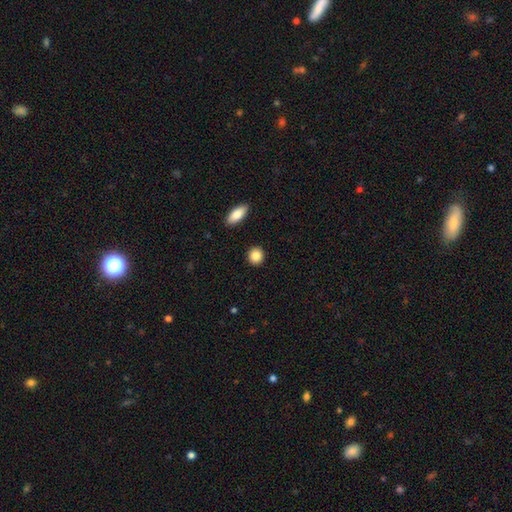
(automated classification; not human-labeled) Morphology: type=smooth (88%); roundness=round (83%); merging=none (91%).